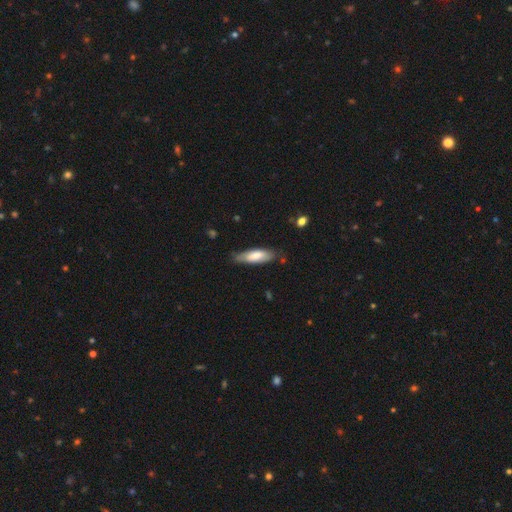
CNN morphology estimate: smooth_or_featured: smooth (p=0.73) [alt: featured or disk p=0.21]
how_rounded: in between (p=0.51) [alt: cigar-shaped p=0.48]
merging: none (p=0.72) [alt: minor disturbance p=0.22]